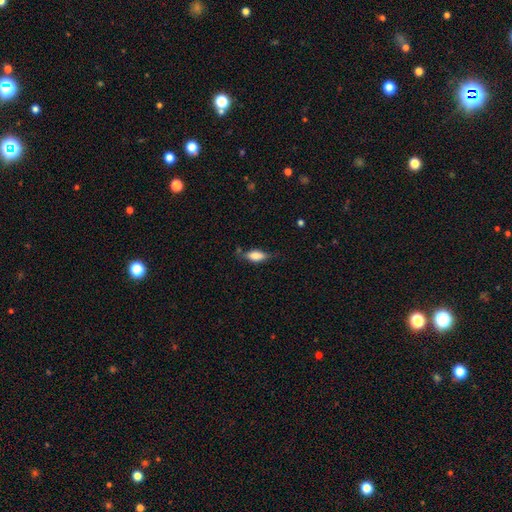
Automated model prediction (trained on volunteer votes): This is likely a smooth galaxy (74%). How rounded: likely in between (78%). Merging: likely none (61%).